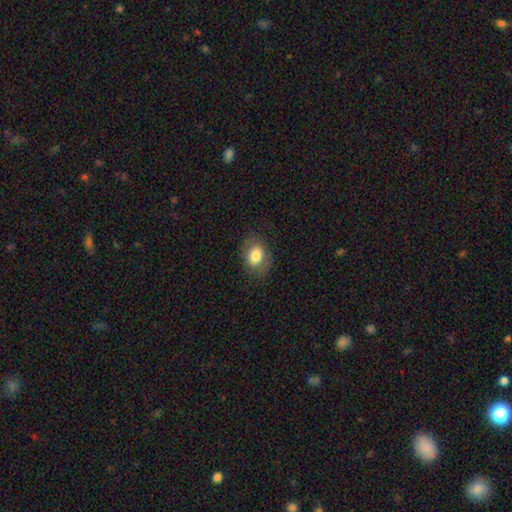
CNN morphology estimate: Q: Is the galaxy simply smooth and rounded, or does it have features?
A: smooth — 80%.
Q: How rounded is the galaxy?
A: in between — 67%.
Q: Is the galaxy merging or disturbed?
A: none — 81%.